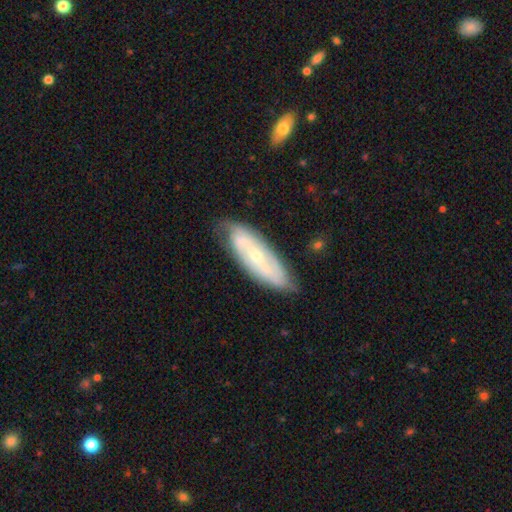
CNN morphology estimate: smooth-or-featured: featured or disk: 71% | smooth: 23% | star or artifact: 6%
  disk-edge-on: no: 83% | yes: 17%
    bar: weak: 37% | strong: 32% | no: 31%
    has-spiral-arms: yes: 81% | no: 19%
    bulge-size: small: 61% | moderate: 35% | large: 2% | none: 1% | dominant: 1%
  merging: none: 75% | minor disturbance: 20% | major disturbance: 4% | merger: 2%